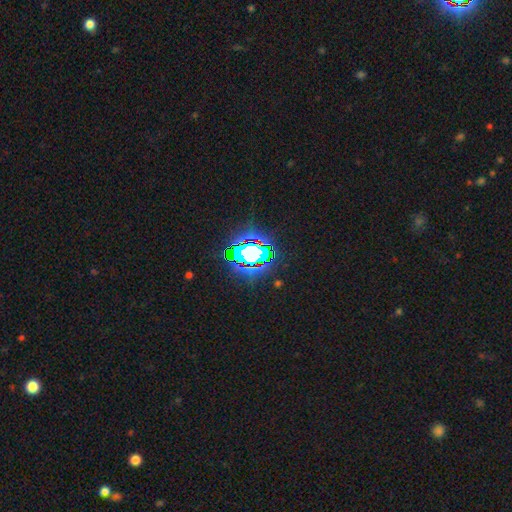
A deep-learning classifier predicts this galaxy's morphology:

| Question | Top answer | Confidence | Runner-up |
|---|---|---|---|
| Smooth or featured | star or artifact | 83% | smooth (11%) |